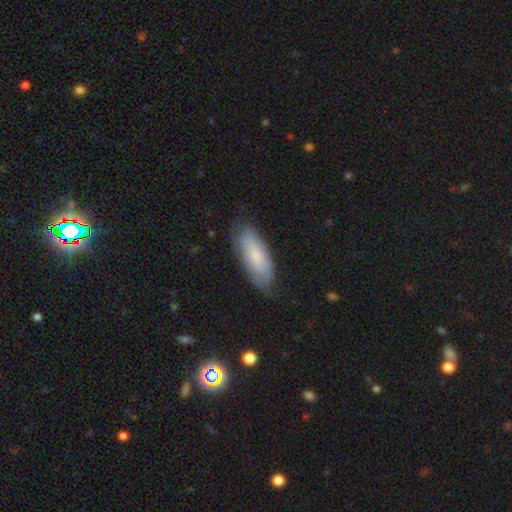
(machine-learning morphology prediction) Overall: smooth (63%; featured or disk 31%). How rounded: in between (77%). Merging: none (73%).